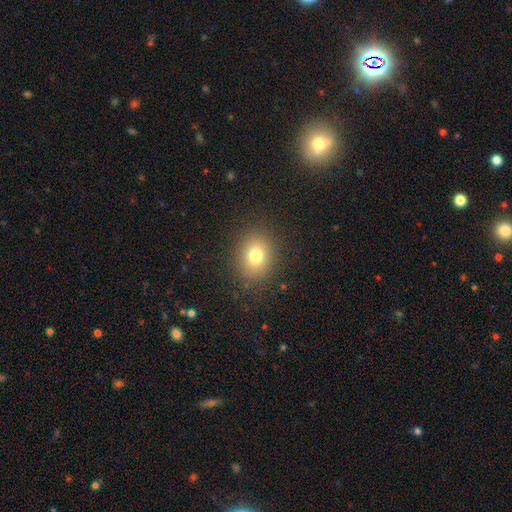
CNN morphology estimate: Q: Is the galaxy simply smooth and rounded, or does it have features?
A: smooth — 77%.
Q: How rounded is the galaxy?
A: round — 57%.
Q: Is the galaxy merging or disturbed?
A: none — 87%.